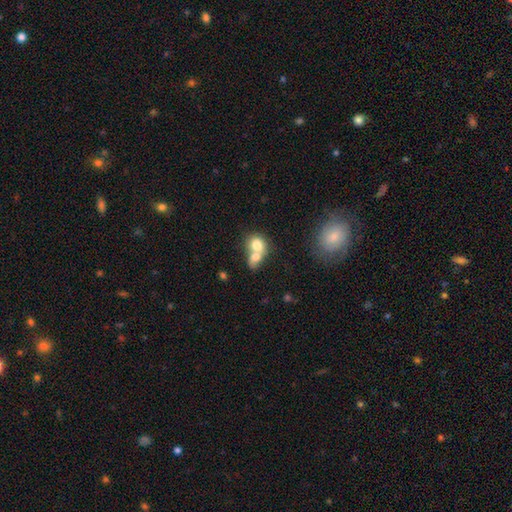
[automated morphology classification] type=smooth (73%); roundness=round (58%); merging=merger (73%).